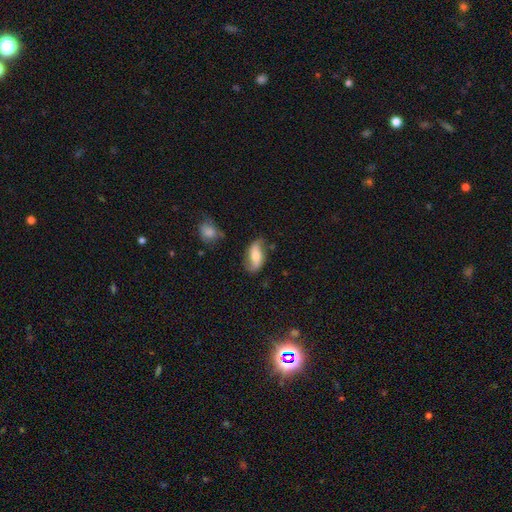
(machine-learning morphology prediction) Smooth or featured: featured or disk — 48% (smooth — 44%)
Merging: none — 66% (minor disturbance — 24%)